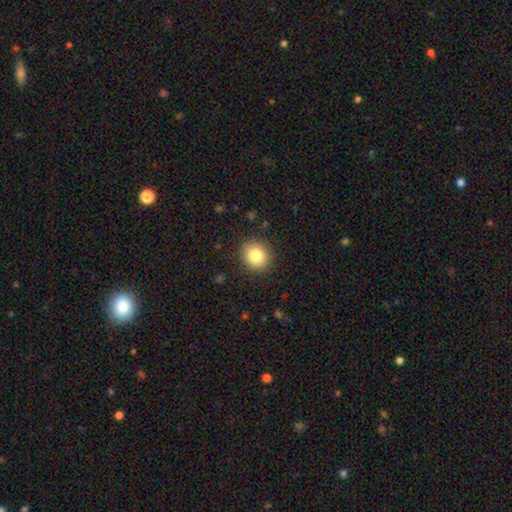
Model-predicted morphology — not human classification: A smooth galaxy with no disk features (83%) that is round (76%). Merging: none (88%).